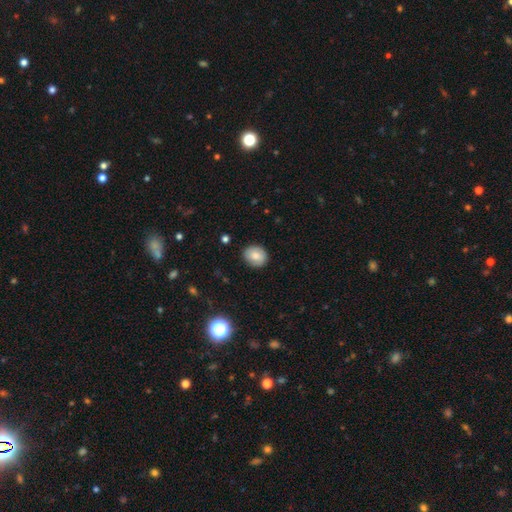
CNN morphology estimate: Overall: smooth (79%). How rounded: round (65%; in between 34%). Merging: none (87%).